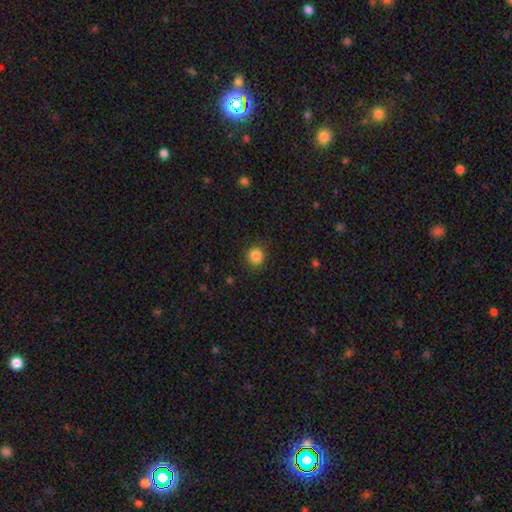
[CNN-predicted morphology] The model was most divided on "smooth or featured": smooth: 86%, star or artifact: 11%, featured or disk: 4%. More confident: how rounded — round (92%); merging — none (90%).